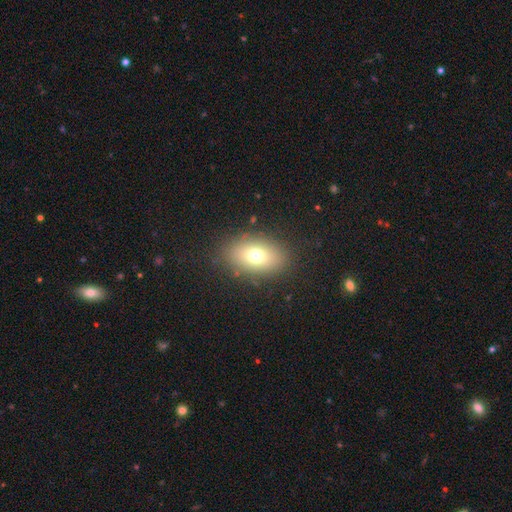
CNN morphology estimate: type=smooth (72%); roundness=in between (80%); merging=none (84%).